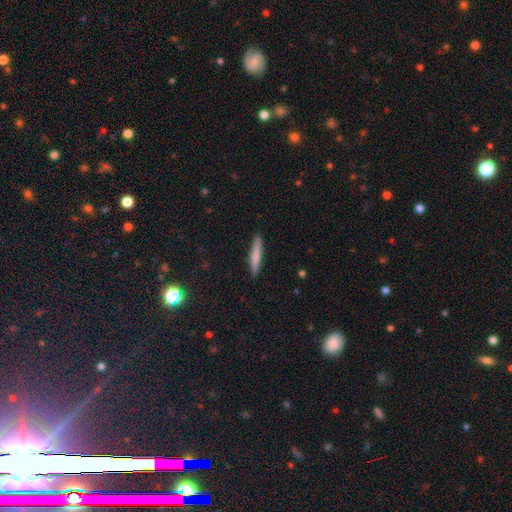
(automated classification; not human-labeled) smooth-or-featured: smooth: 73% | featured or disk: 21% | star or artifact: 6%
  how-rounded: cigar-shaped: 94% | in between: 5% | round: 1%
  merging: none: 90% | minor disturbance: 7% | major disturbance: 1% | merger: 1%